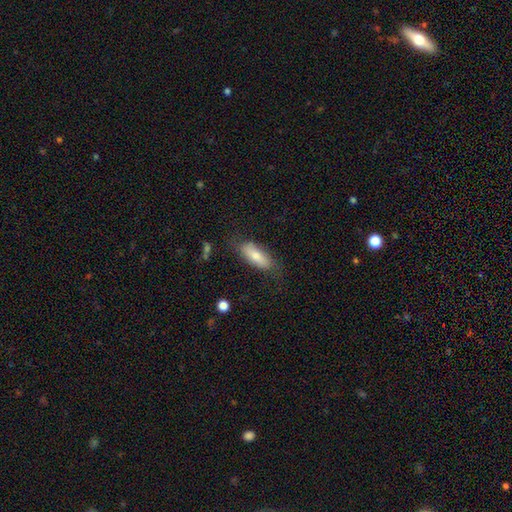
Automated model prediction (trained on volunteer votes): Smooth or featured? Predicted: smooth (p=0.74). How rounded? Predicted: in between (p=0.73). Merging? Predicted: none (p=0.69).